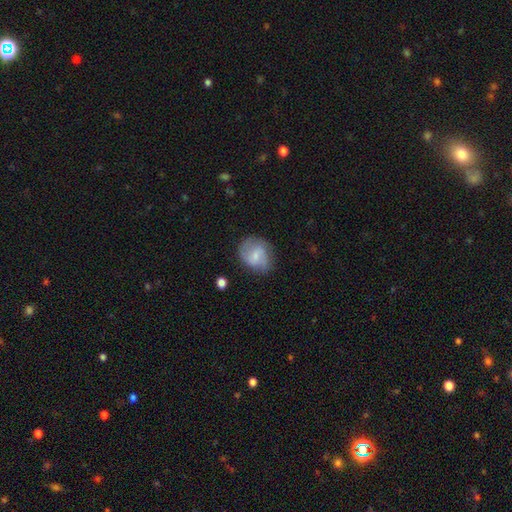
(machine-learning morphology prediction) Smooth or featured? Predicted: smooth (p=0.51). How rounded? Predicted: round (p=0.63). Merging? Predicted: none (p=0.65).